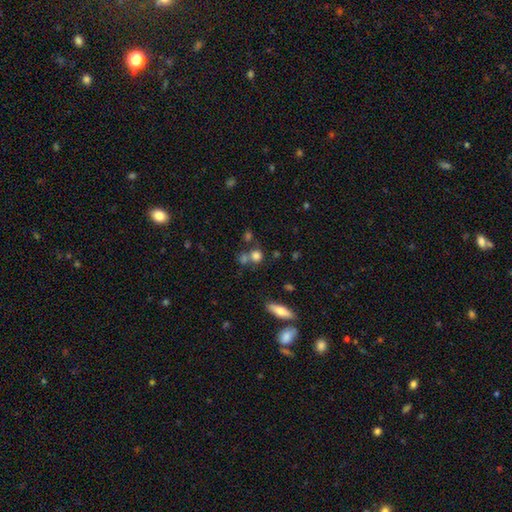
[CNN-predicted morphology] The model was most divided on "merging": none: 57%, merger: 29%, minor disturbance: 10%, major disturbance: 4%. More confident: how rounded — round (82%); smooth or featured — smooth (76%).